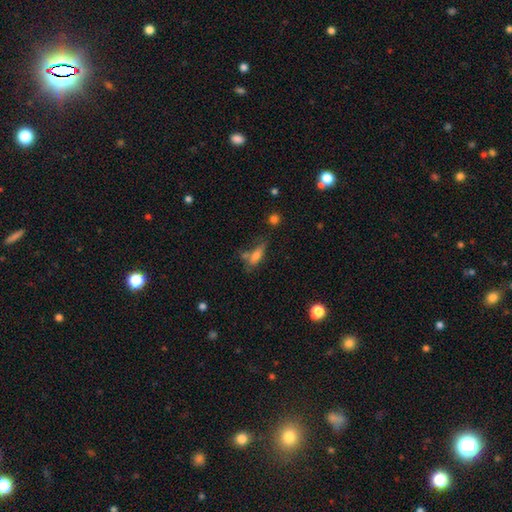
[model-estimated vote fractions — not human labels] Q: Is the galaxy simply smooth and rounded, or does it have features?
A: smooth — 66%.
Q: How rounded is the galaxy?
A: in between — 53%.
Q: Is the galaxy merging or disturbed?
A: none — 49%.